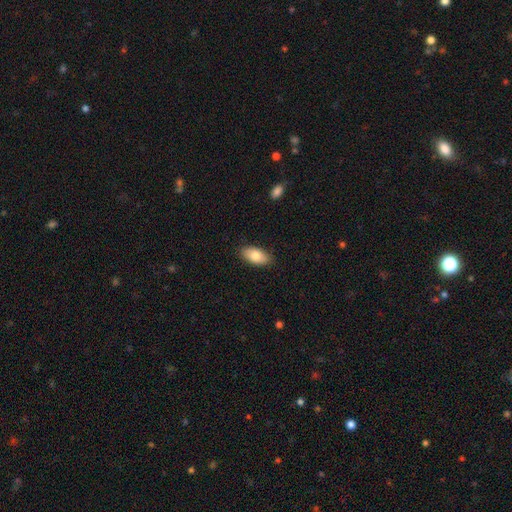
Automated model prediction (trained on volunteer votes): Smooth or featured? smooth (82%)
How rounded? in between (93%)
Merging? none (86%)